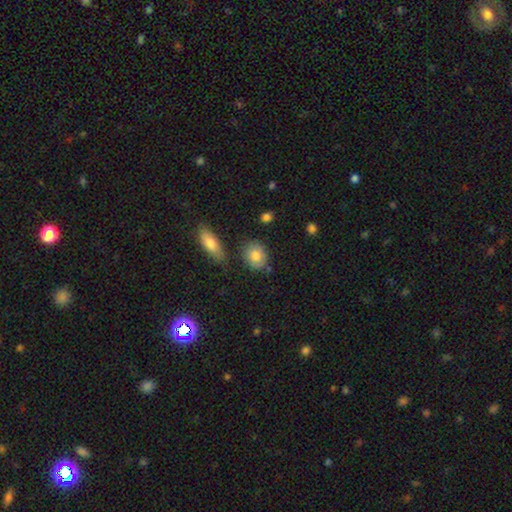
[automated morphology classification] A smooth galaxy with no disk features (81%) that is round (53%). Merging: none (76%).